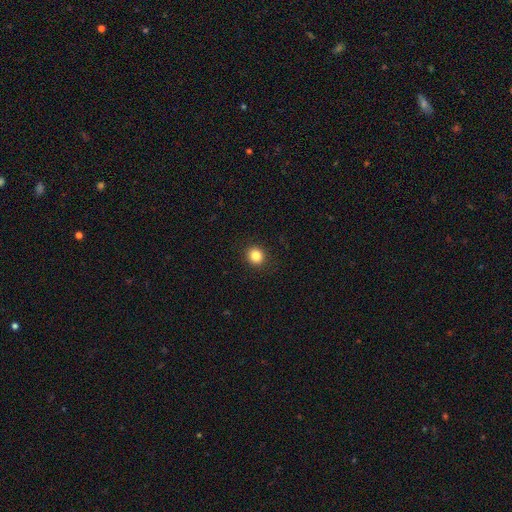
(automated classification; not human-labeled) This appears to be a smooth galaxy with no disk features (84%) that is round (86%). Merging: none (92%).